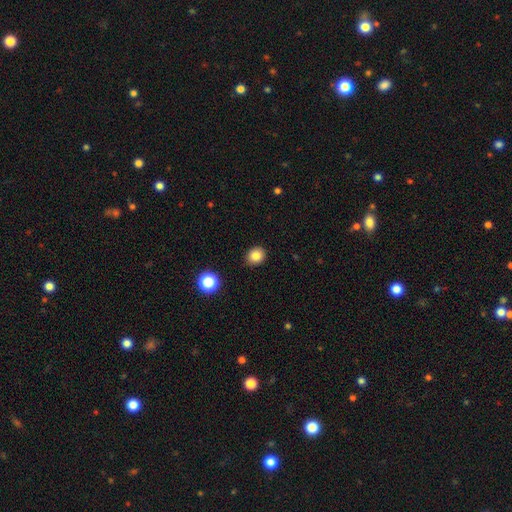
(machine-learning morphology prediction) The model was most divided on "how rounded": round: 67%, in between: 32%, cigar-shaped: 1%. More confident: merging — none (88%); smooth or featured — smooth (83%).